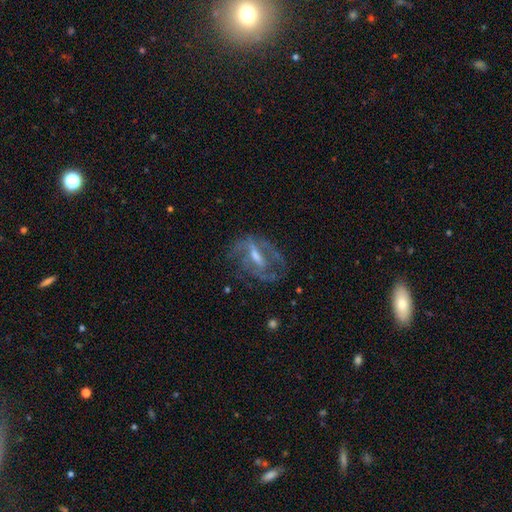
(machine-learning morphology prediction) A featured or disk galaxy (76%) with a weak bar (43%), 2 (39%) medium (44%) spiral arms (74%) and a moderate central bulge (47%). Merging: none (55%).